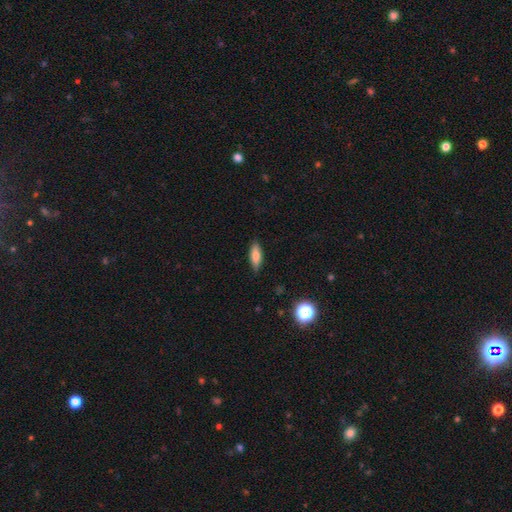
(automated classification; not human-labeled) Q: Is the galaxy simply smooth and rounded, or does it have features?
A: smooth — 75%.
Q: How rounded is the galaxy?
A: in between — 59%.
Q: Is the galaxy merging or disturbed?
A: none — 85%.